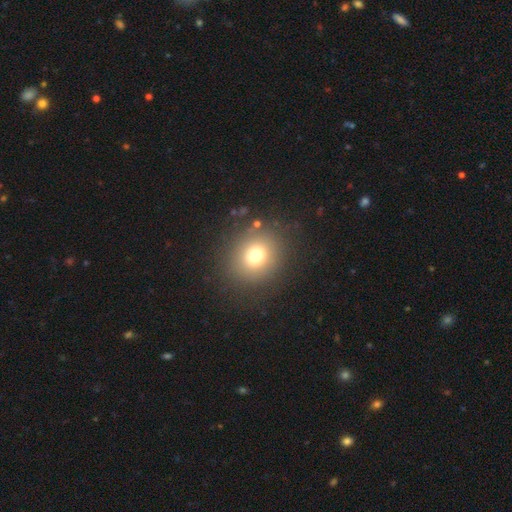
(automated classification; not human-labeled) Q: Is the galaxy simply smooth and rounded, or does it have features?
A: smooth — 73%.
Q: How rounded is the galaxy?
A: round — 83%.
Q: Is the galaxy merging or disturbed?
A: none — 85%.